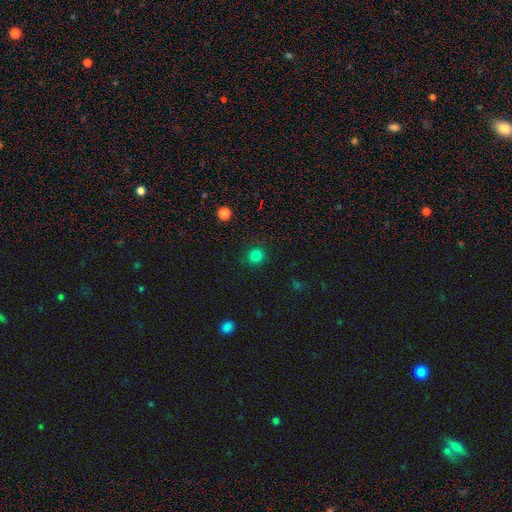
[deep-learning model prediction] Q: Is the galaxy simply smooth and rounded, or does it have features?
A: smooth — 81%.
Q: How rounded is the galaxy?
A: round — 92%.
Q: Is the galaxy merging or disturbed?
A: none — 90%.